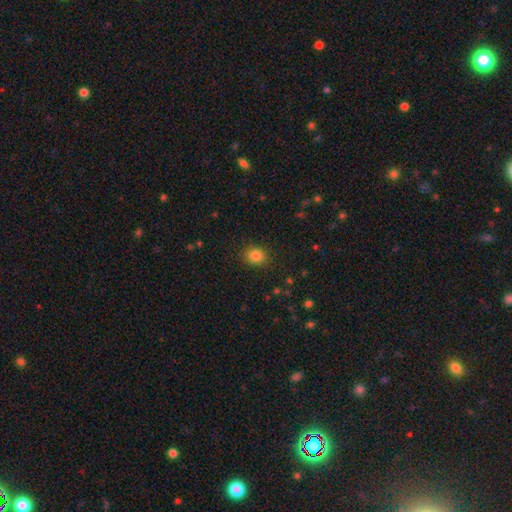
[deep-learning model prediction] A smooth galaxy with no disk features (83%) that is round (62%).

Vote fractions:
- Smooth or featured? smooth: 83% / star or artifact: 12% / featured or disk: 5%
- How rounded? round: 62% / in between: 38% / cigar-shaped: 1%
- Merging? none: 89% / minor disturbance: 8% / major disturbance: 2% / merger: 1%